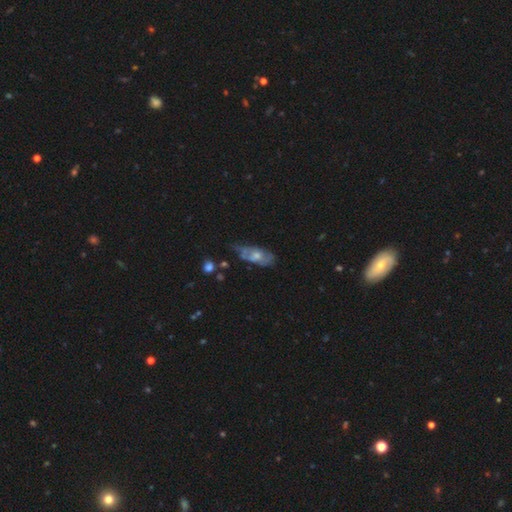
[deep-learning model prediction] A featured or disk galaxy (54%).

Vote fractions:
- Smooth or featured? featured or disk: 54% / smooth: 39% / star or artifact: 7%
- Edge-on disk? no: 86% / yes: 14%
- Merging? none: 37% / minor disturbance: 35% / major disturbance: 21% / merger: 7%